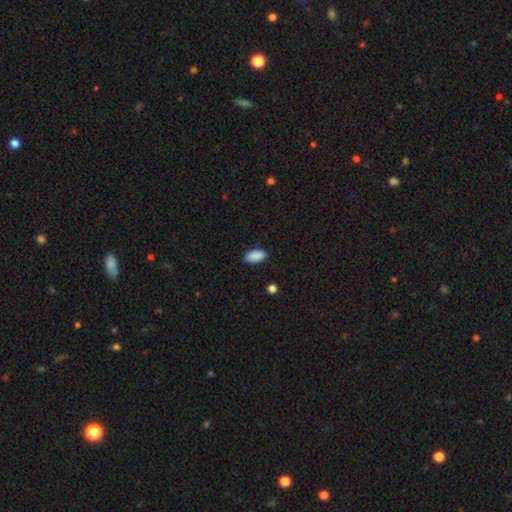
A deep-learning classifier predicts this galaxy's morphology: This is clearly a smooth galaxy (90%). How rounded: clearly in between (94%). Merging: clearly none (87%).